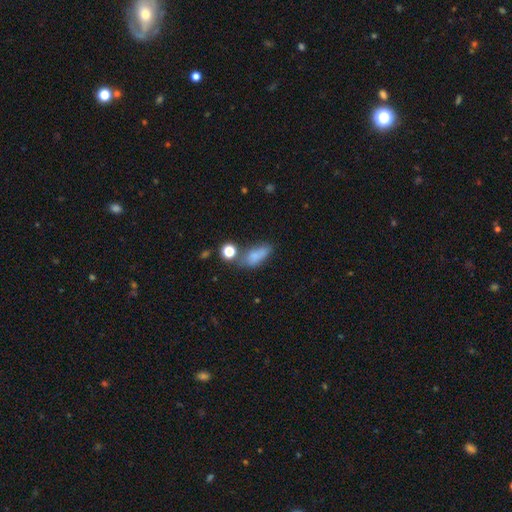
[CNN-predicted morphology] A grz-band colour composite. It shows a smooth galaxy with no disk features (77%) that is in between round and cigar-shaped (75%). Merging: none (47%).